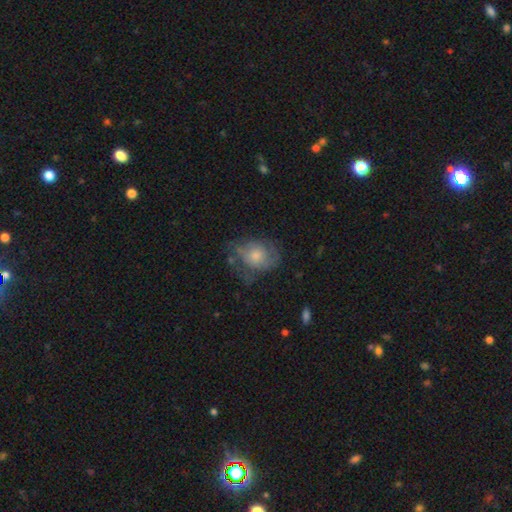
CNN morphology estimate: Overall: smooth (52%; featured or disk 39%). How rounded: in between (53%; round 46%). Merging: none (46%; minor disturbance 30%).